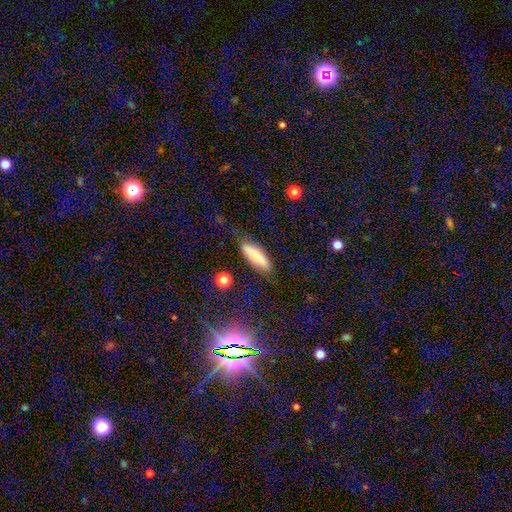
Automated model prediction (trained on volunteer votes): This appears to be a smooth galaxy with no disk features (78%) that is cigar-shaped (56%). Merging: none (78%).